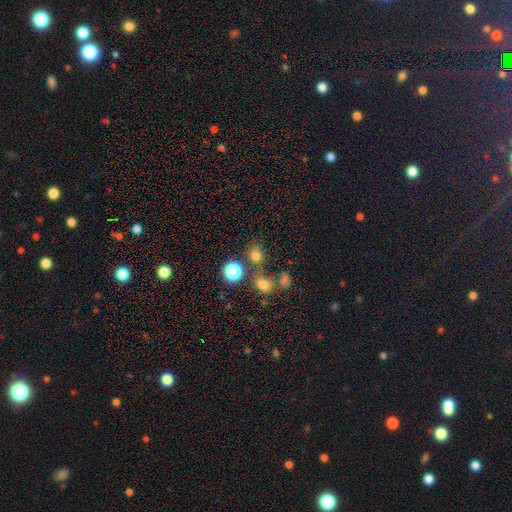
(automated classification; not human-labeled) Morphology: type=smooth (71%); roundness=round (66%); merging=none (68%).